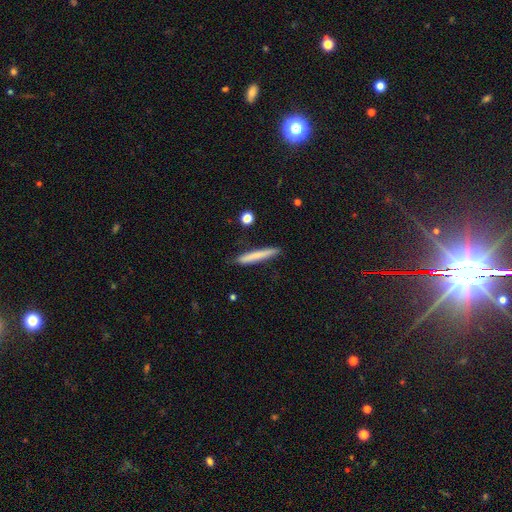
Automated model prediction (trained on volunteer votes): Smooth or featured?
  - smooth: 72% *
  - featured or disk: 22%
  - star or artifact: 6%
How rounded?
  - cigar-shaped: 96% *
  - in between: 3%
  - round: 1%
Merging?
  - none: 87% *
  - minor disturbance: 9%
  - major disturbance: 2%
  - merger: 2%